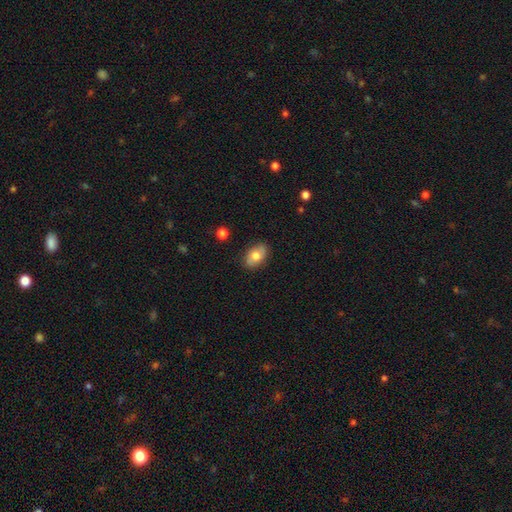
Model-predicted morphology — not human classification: The model was most divided on "smooth or featured": smooth: 72%, featured or disk: 20%, star or artifact: 7%. More confident: how rounded — in between (88%); merging — none (85%).